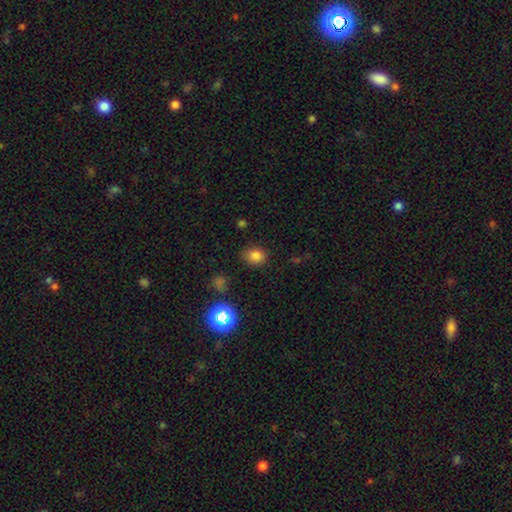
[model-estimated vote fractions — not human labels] A smooth galaxy with no disk features (79%) that is round (57%). Merging: none (79%).